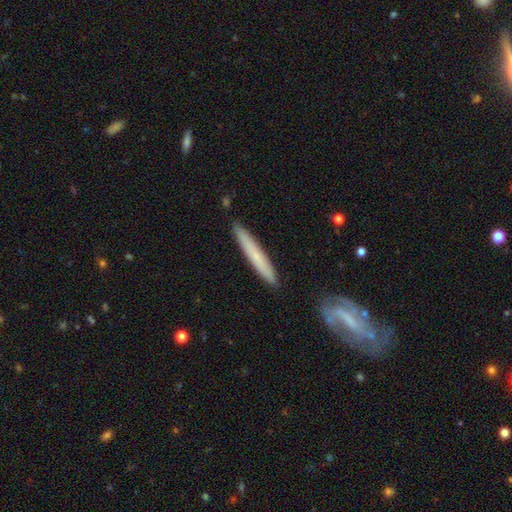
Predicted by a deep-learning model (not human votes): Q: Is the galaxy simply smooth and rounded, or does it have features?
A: smooth — 58%.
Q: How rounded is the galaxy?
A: cigar-shaped — 94%.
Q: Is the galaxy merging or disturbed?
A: none — 87%.